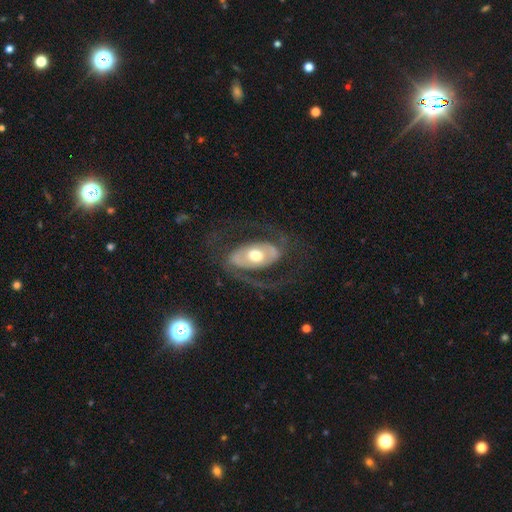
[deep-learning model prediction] Smooth or featured?
  - featured or disk: 75% *
  - smooth: 20%
  - star or artifact: 5%
Edge-on disk?
  - no: 92% *
  - yes: 8%
Bar?
  - no: 57% *
  - weak: 27%
  - strong: 16%
Spiral arms?
  - yes: 72% *
  - no: 28%
Spiral winding?
  - medium: 43% *
  - loose: 37%
  - tight: 21%
Spiral arm count?
  - 2: 81% *
  - can't tell: 8%
  - 1: 7%
  - 3: 2%
  - 4: 1%
  - more than 4: 1%
Bulge size?
  - moderate: 67% *
  - large: 22%
  - small: 7%
  - dominant: 2%
  - none: 1%
Merging?
  - none: 66% *
  - major disturbance: 19%
  - minor disturbance: 14%
  - merger: 2%